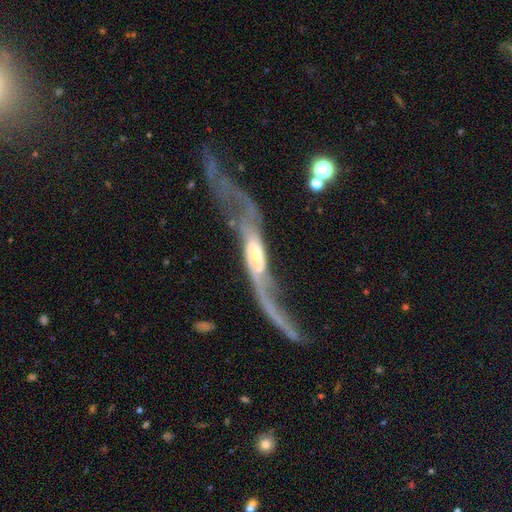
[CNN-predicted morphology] A featured or disk galaxy (81%) with no bar (47%), spiral arms (79%) and a small central bulge (47%).

Vote fractions:
- Smooth or featured? featured or disk: 81% / smooth: 13% / star or artifact: 6%
- Edge-on disk? no: 73% / yes: 27%
- Bar? no: 47% / weak: 30% / strong: 23%
- Spiral arms? yes: 79% / no: 21%
- Bulge size? small: 47% / moderate: 40% / large: 6% / none: 4% / dominant: 2%
- Merging? major disturbance: 43% / none: 28% / merger: 15% / minor disturbance: 14%